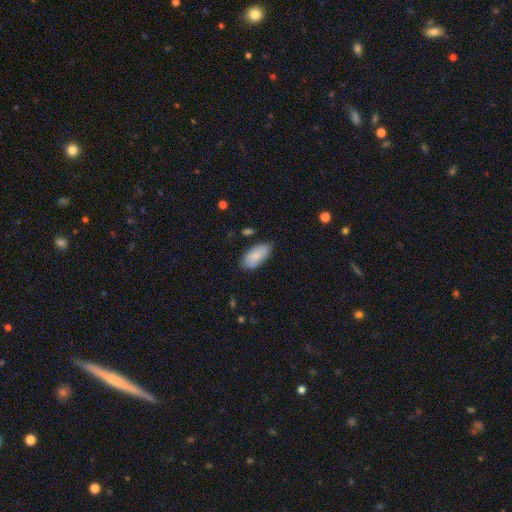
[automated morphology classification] The model was most divided on "merging": none: 80%, minor disturbance: 15%, major disturbance: 3%, merger: 2%. More confident: how rounded — in between (94%); smooth or featured — smooth (83%).